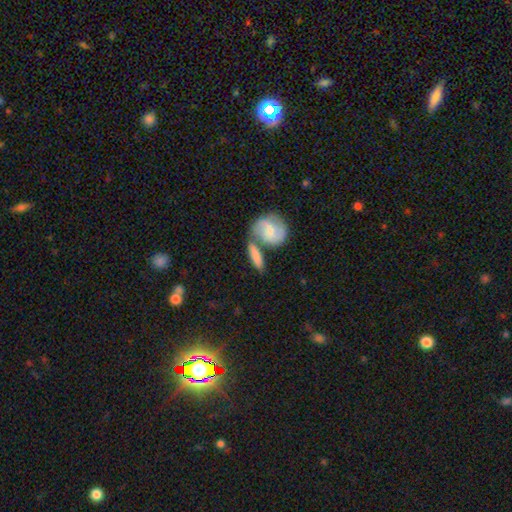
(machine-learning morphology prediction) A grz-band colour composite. It shows a smooth galaxy with no disk features (65%) that is in between round and cigar-shaped (45%). Merging: none (46%).